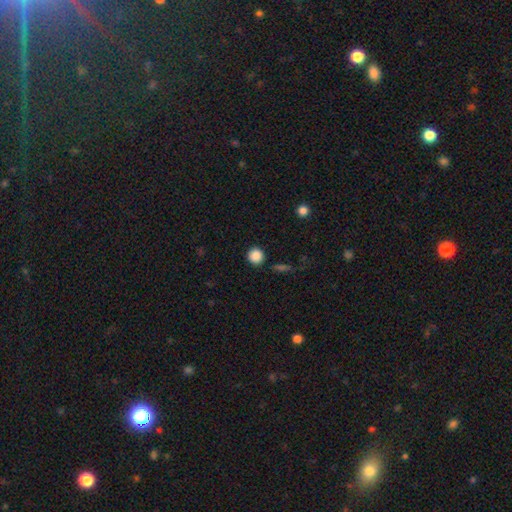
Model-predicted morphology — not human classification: This appears to be a smooth galaxy with no disk features (87%) that is round (94%). Merging: none (90%).